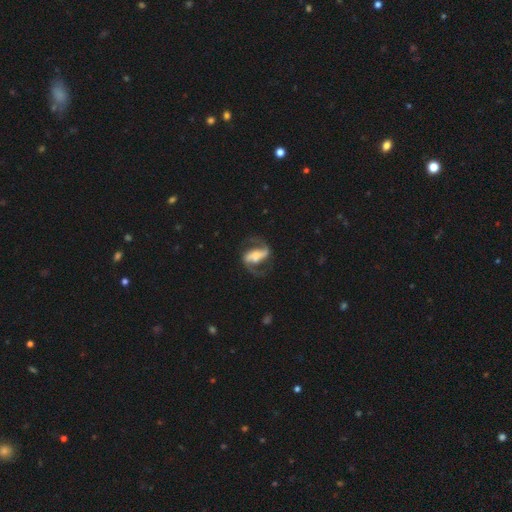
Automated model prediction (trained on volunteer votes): A featured or disk galaxy (87%) with a strong bar (54%), 2 (93%) medium (46%) spiral arms (96%) and a moderate central bulge (43%). Merging: none (74%).